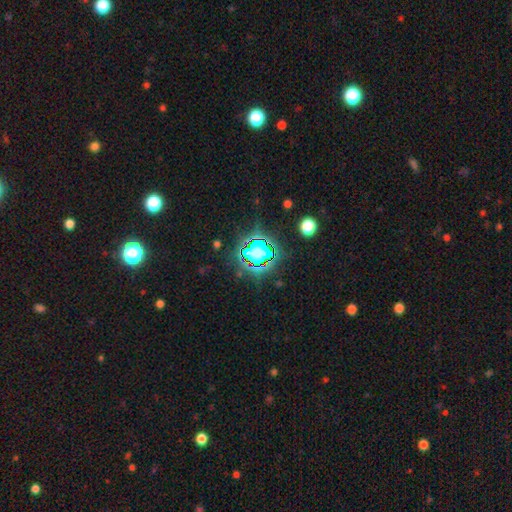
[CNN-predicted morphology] Smooth or featured?
  - star or artifact: 66% *
  - smooth: 22%
  - featured or disk: 12%